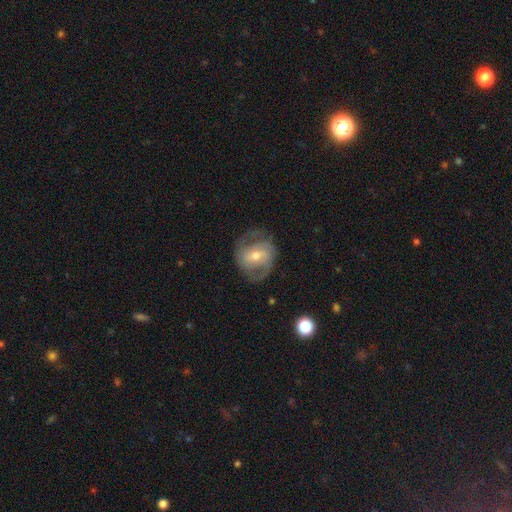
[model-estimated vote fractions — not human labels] smooth-or-featured: featured or disk: 75% | smooth: 19% | star or artifact: 6%
  disk-edge-on: no: 97% | yes: 3%
    bar: weak: 46% | no: 29% | strong: 25%
    has-spiral-arms: yes: 87% | no: 13%
      spiral-winding: medium: 49% | tight: 30% | loose: 21%
      spiral-arm-count: 2: 80% | can't tell: 10% | 3: 4% | 1: 3% | 4: 1% | more than 4: 1%
    bulge-size: moderate: 55% | small: 39% | large: 3% | none: 1% | dominant: 1%
  merging: none: 71% | minor disturbance: 17% | major disturbance: 11% | merger: 1%